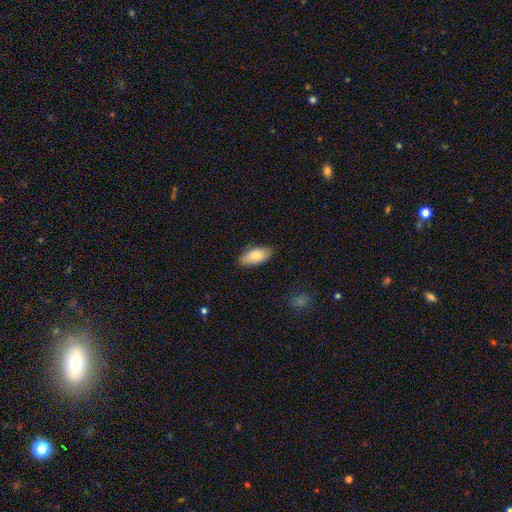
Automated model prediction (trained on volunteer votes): smooth_or_featured: smooth (p=0.84) [alt: featured or disk p=0.10]
how_rounded: in between (p=0.92) [alt: cigar-shaped p=0.06]
merging: none (p=0.86) [alt: minor disturbance p=0.11]